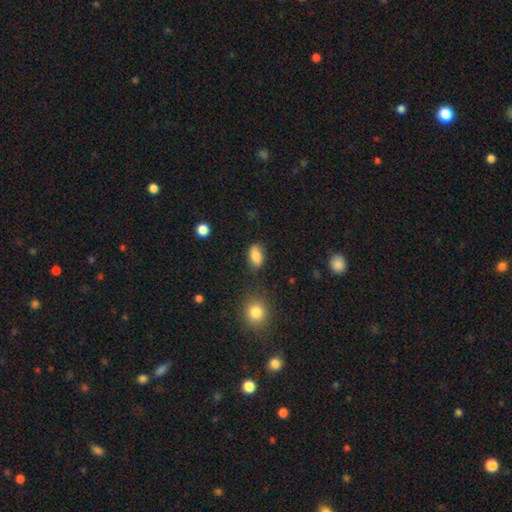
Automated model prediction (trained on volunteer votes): The model was most divided on "merging": none: 82%, minor disturbance: 13%, major disturbance: 3%, merger: 3%. More confident: how rounded — in between (90%); smooth or featured — smooth (85%).